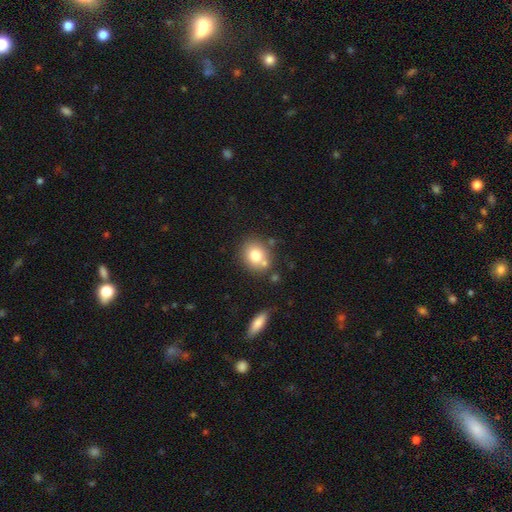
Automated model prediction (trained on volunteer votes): Smooth or featured? Predicted: smooth (p=0.76). How rounded? Predicted: round (p=0.69). Merging? Predicted: none (p=0.68).